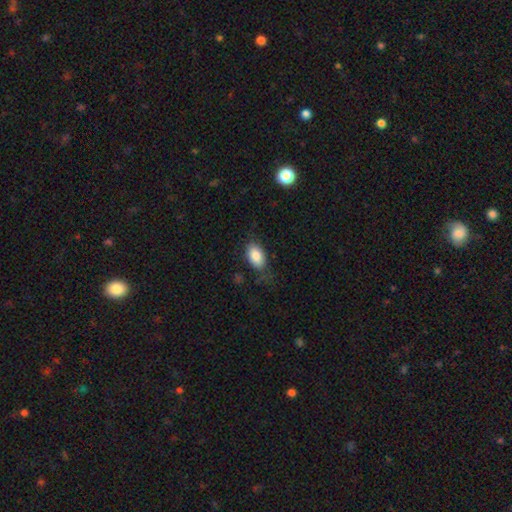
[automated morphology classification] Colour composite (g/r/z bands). It shows a smooth galaxy with no disk features (84%) that is in between round and cigar-shaped (92%). Merging: none (69%).